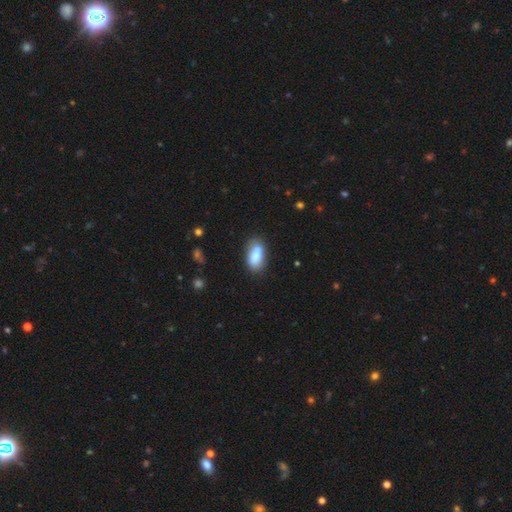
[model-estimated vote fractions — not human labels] Smooth or featured?
  - smooth: 76% *
  - featured or disk: 16%
  - star or artifact: 8%
How rounded?
  - in between: 88% *
  - cigar-shaped: 8%
  - round: 4%
Merging?
  - none: 58% *
  - minor disturbance: 20%
  - merger: 16%
  - major disturbance: 5%